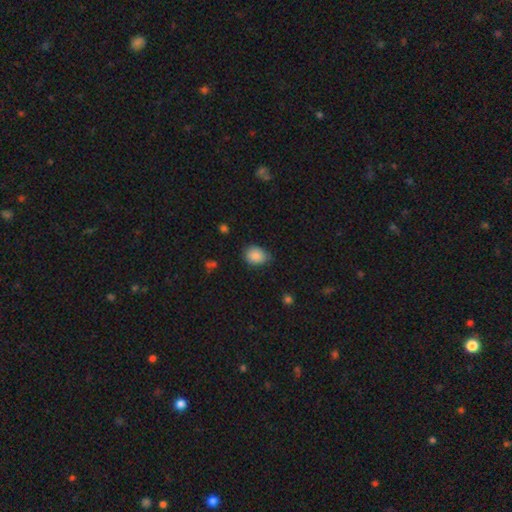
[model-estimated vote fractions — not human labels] Morphology: type=smooth (87%); roundness=in between (55%); merging=none (69%).